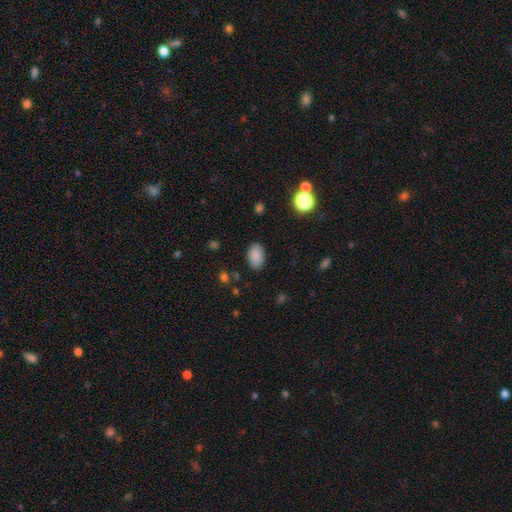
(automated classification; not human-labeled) Q: Smooth or featured?
A: smooth (87%); runner-up: star or artifact (8%)
Q: How rounded?
A: in between (91%); runner-up: round (8%)
Q: Merging?
A: none (87%); runner-up: minor disturbance (9%)